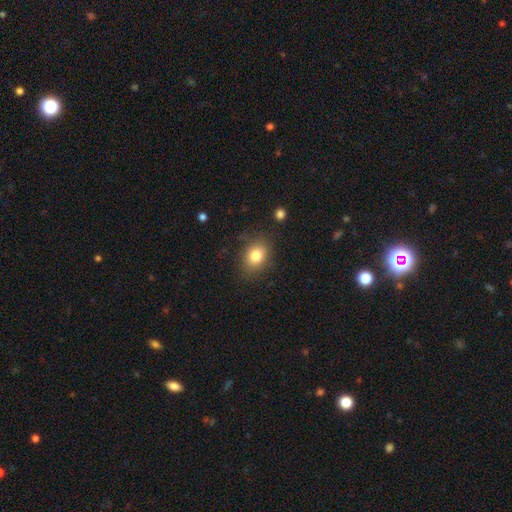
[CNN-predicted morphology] smooth-or-featured: smooth: 81% | star or artifact: 10% | featured or disk: 9%
  how-rounded: in between: 56% | round: 43% | cigar-shaped: 1%
  merging: none: 82% | minor disturbance: 12% | major disturbance: 4% | merger: 2%